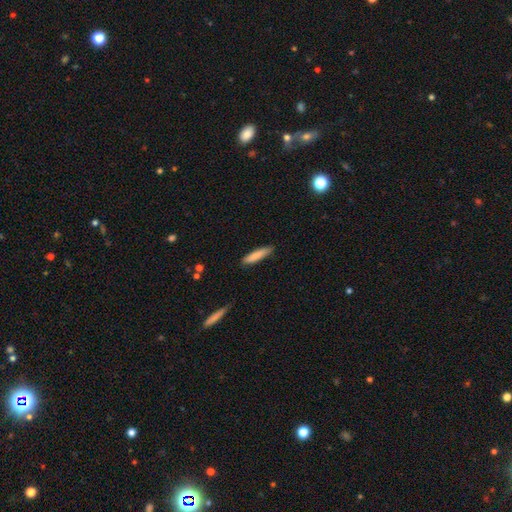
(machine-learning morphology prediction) A smooth galaxy with no disk features (83%) that is cigar-shaped (85%). Merging: none (86%).